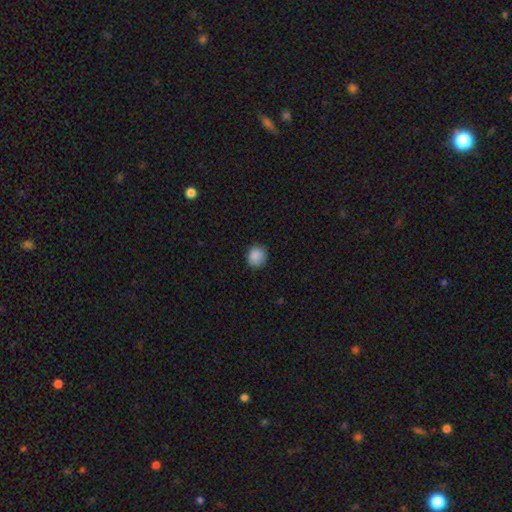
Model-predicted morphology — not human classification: smooth_or_featured: smooth (p=0.88) [alt: star or artifact p=0.09]
how_rounded: round (p=0.87) [alt: in between p=0.12]
merging: none (p=0.84) [alt: minor disturbance p=0.12]